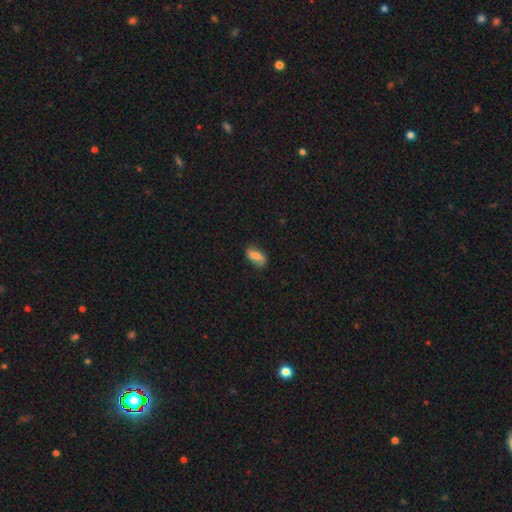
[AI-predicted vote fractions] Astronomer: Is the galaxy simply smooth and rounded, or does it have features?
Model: smooth — 74%.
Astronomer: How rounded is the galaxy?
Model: in between — 88%.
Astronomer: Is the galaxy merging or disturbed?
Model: none — 75%.